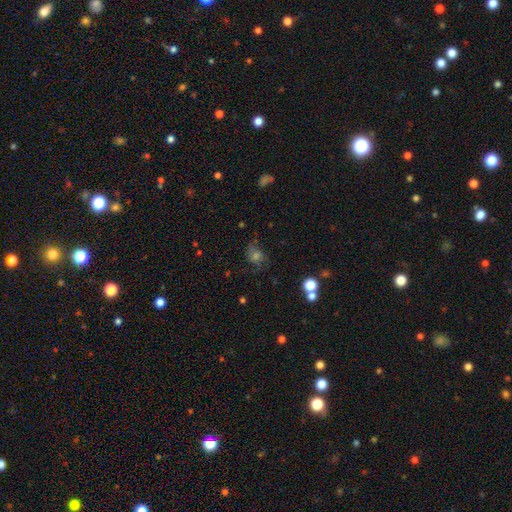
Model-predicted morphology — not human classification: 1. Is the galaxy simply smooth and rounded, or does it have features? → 41% featured or disk, 33% smooth, 25% star or artifact.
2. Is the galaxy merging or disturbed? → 59% none, 21% minor disturbance, 17% major disturbance, 3% merger.